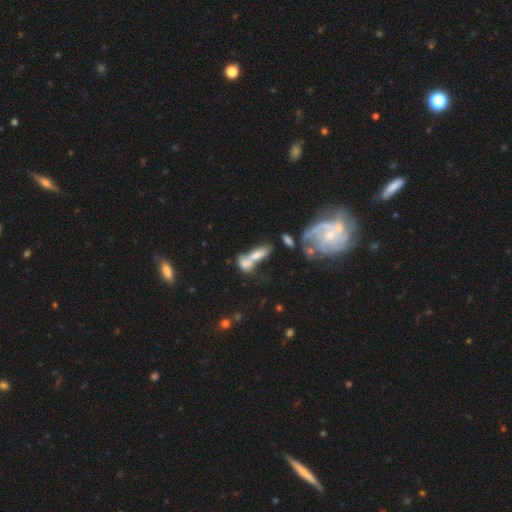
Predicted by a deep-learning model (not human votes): smooth_or_featured: smooth (p=0.56) [alt: featured or disk p=0.31]
how_rounded: in between (p=0.68) [alt: cigar-shaped p=0.26]
merging: merger (p=0.63) [alt: none p=0.18]